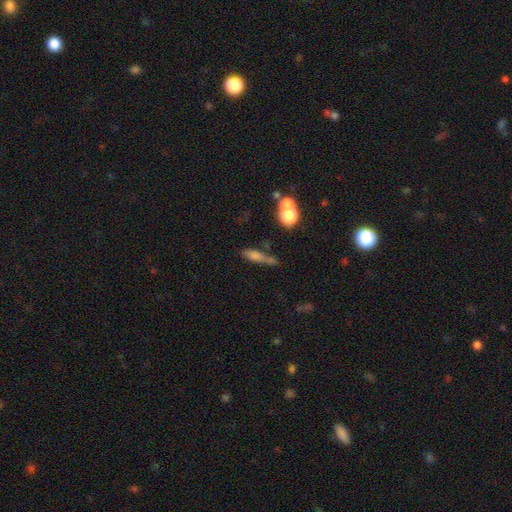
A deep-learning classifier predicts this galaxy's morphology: The model was most divided on "merging": none: 54%, minor disturbance: 21%, merger: 13%, major disturbance: 12%. More confident: how rounded — cigar-shaped (69%); smooth or featured — smooth (60%).